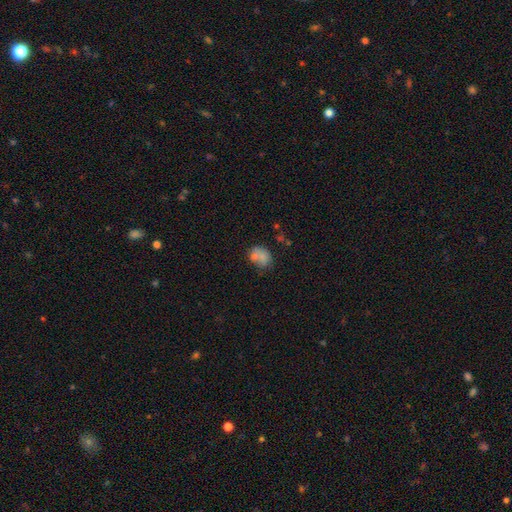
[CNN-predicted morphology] This appears to be a smooth galaxy with no disk features (66%) that is in between round and cigar-shaped (55%). Merging: none (50%).